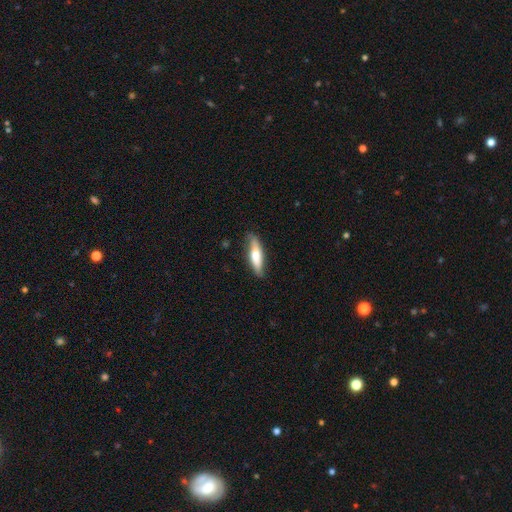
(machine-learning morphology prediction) Q: Smooth or featured?
A: smooth (57%); runner-up: featured or disk (37%)
Q: How rounded?
A: cigar-shaped (64%); runner-up: in between (34%)
Q: Merging?
A: none (74%); runner-up: minor disturbance (20%)